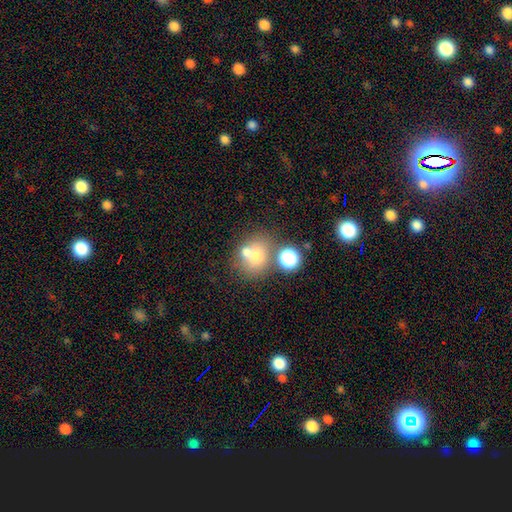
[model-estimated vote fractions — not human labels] smooth_or_featured: smooth (p=0.65) [alt: featured or disk p=0.20]
how_rounded: round (p=0.68) [alt: in between p=0.31]
merging: none (p=0.46) [alt: merger p=0.37]